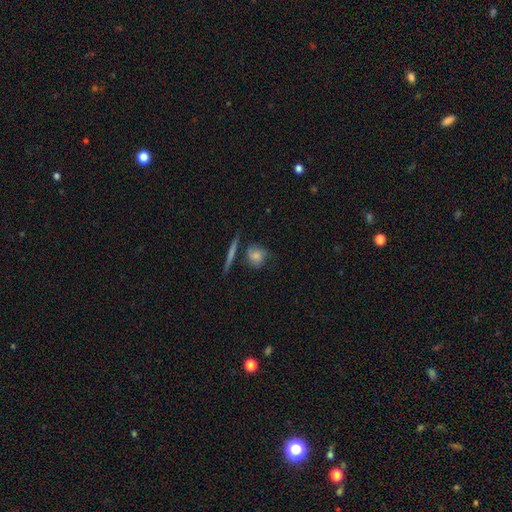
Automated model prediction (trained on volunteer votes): This is possibly a smooth galaxy (50%). How rounded: likely round (67%). Merging: likely none (66%).